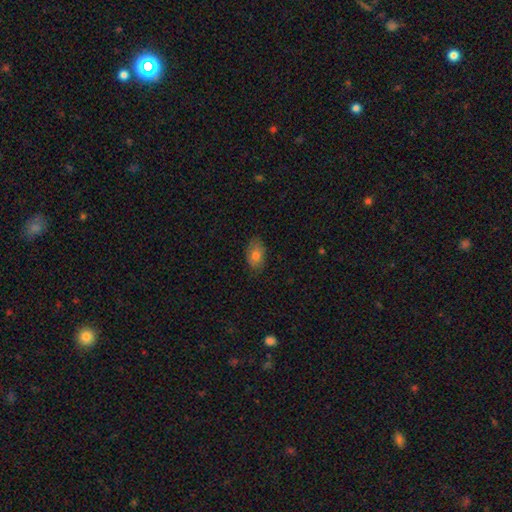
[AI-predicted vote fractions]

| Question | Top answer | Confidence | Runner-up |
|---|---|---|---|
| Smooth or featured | smooth | 78% | featured or disk (14%) |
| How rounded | in between | 88% | round (10%) |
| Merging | none | 79% | minor disturbance (17%) |